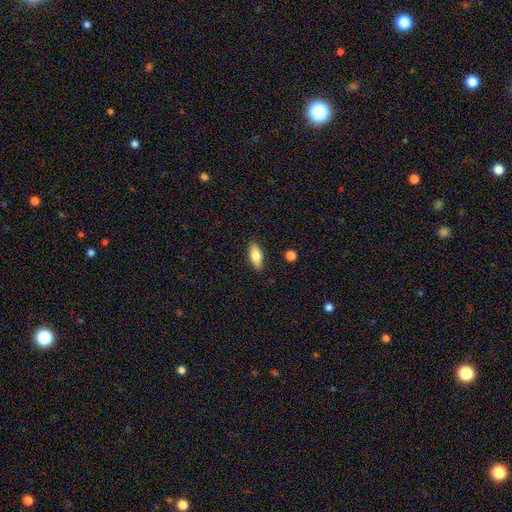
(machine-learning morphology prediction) Smooth or featured: smooth — 76% (featured or disk — 17%)
How rounded: in between — 78% (cigar-shaped — 20%)
Merging: none — 88% (minor disturbance — 9%)